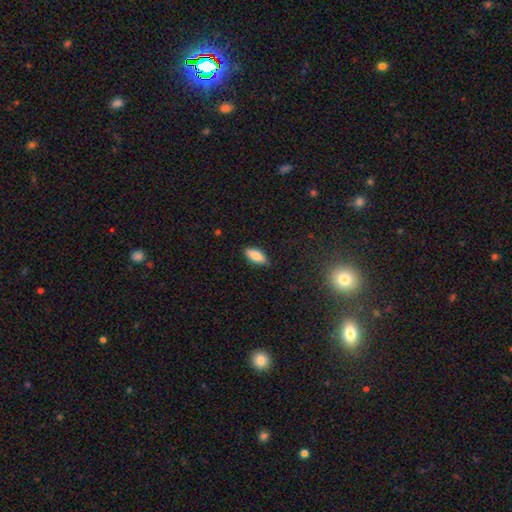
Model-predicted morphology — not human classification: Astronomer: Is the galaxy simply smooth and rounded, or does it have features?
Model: smooth — 84%.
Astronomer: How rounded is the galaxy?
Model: in between — 83%.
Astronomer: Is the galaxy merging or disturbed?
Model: none — 84%.